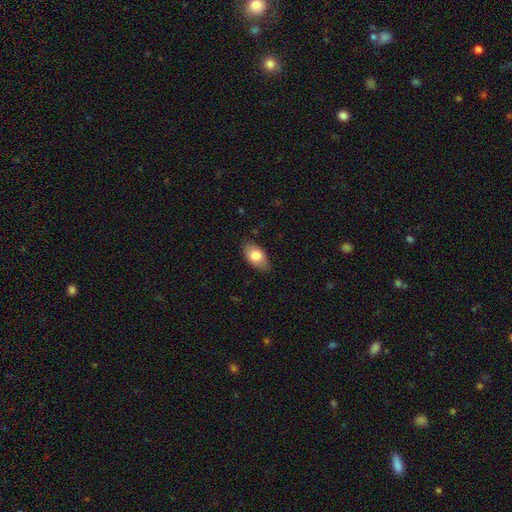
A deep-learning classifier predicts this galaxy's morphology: This is likely a smooth galaxy (80%). How rounded: clearly in between (92%). Merging: clearly none (83%).